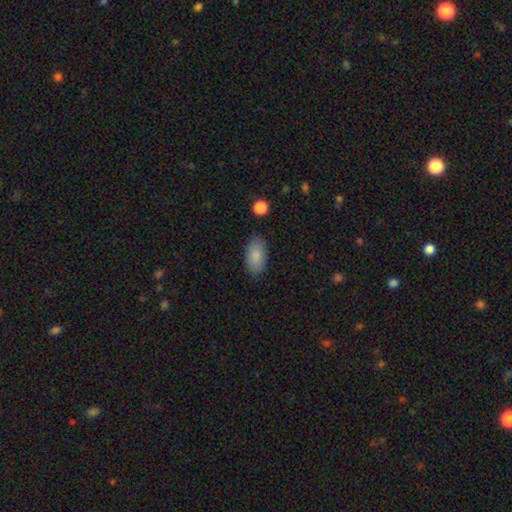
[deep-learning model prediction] smooth 87%, star or artifact 7%, featured or disk 6%. Down the decision tree: how rounded — in between (94%); merging — none (85%).